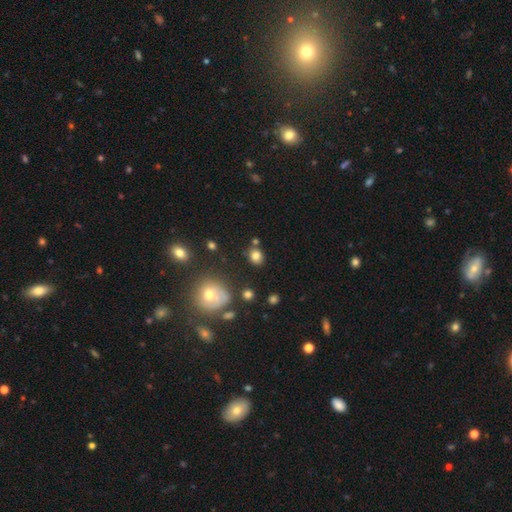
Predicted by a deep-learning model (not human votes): smooth_or_featured: smooth (p=0.79) [alt: star or artifact p=0.13]
how_rounded: round (p=0.62) [alt: in between p=0.37]
merging: none (p=0.73) [alt: minor disturbance p=0.14]